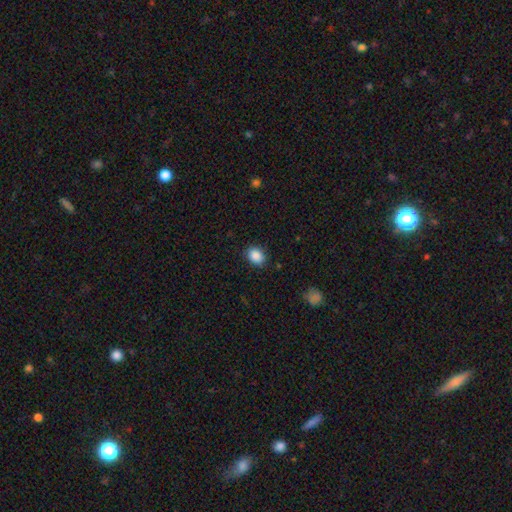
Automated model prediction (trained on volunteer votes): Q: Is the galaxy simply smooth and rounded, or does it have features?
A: smooth — 88%.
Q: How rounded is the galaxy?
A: in between — 55%.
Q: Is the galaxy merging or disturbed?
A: none — 84%.